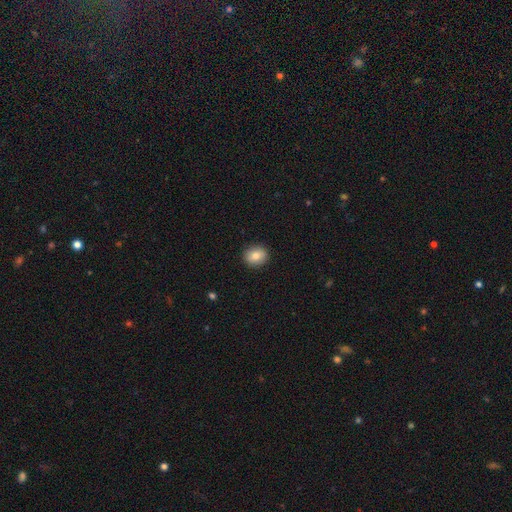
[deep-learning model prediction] The model was most divided on "how rounded": round: 74%, in between: 25%, cigar-shaped: 1%. More confident: merging — none (91%); smooth or featured — smooth (80%).